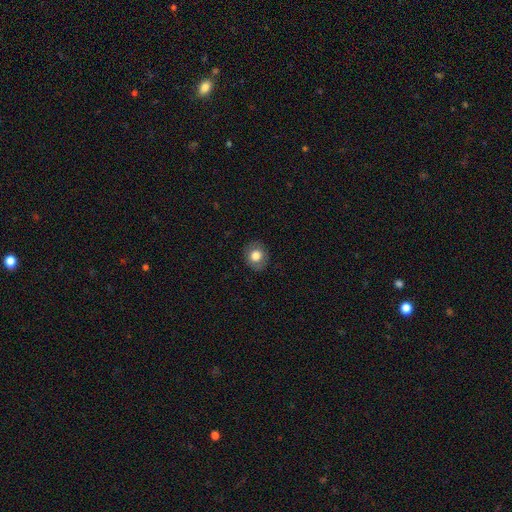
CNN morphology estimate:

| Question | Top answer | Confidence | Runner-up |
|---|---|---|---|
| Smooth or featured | smooth | 78% | featured or disk (14%) |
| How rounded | round | 77% | in between (22%) |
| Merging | none | 88% | minor disturbance (9%) |